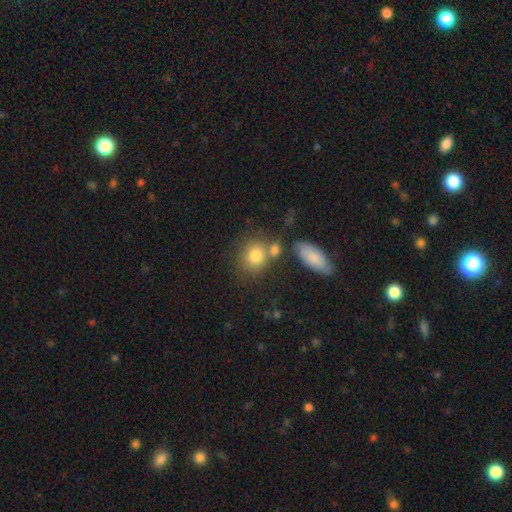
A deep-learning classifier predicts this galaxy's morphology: Smooth or featured?
  - smooth: 80% *
  - featured or disk: 11%
  - star or artifact: 9%
How rounded?
  - round: 68% *
  - in between: 30%
  - cigar-shaped: 2%
Merging?
  - none: 54% *
  - merger: 27%
  - minor disturbance: 13%
  - major disturbance: 6%